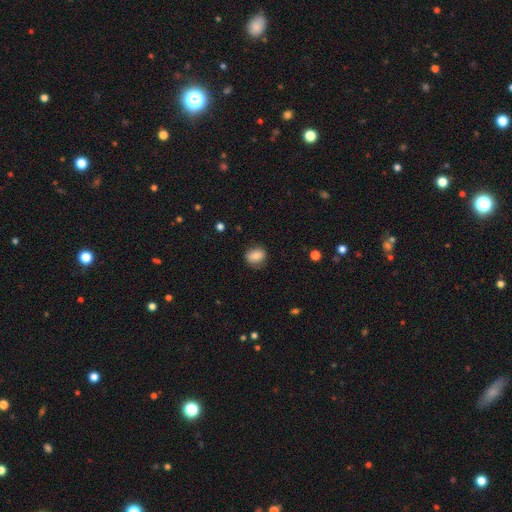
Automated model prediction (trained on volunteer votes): Smooth or featured? Predicted: smooth (p=0.81). How rounded? Predicted: round (p=0.54). Merging? Predicted: none (p=0.82).